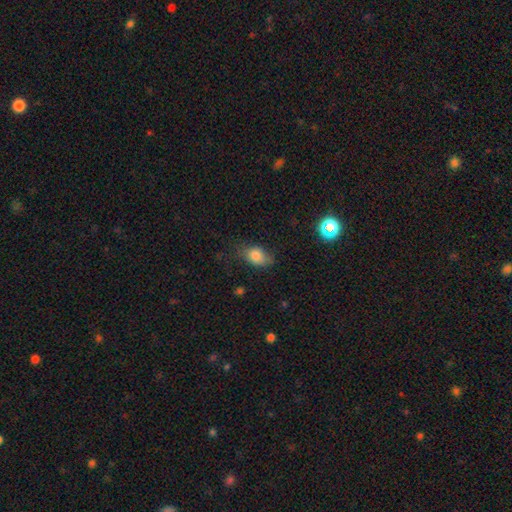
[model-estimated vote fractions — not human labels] smooth 80%, star or artifact 10%, featured or disk 10%. Down the decision tree: how rounded — in between (77%); merging — none (61%).